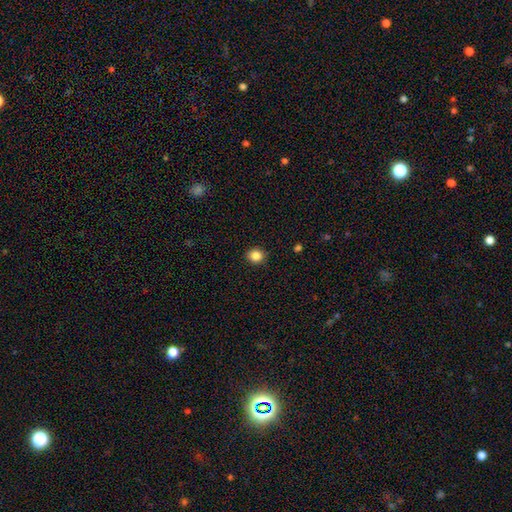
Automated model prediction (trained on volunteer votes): Overall: smooth (85%). How rounded: round (76%). Merging: none (90%).